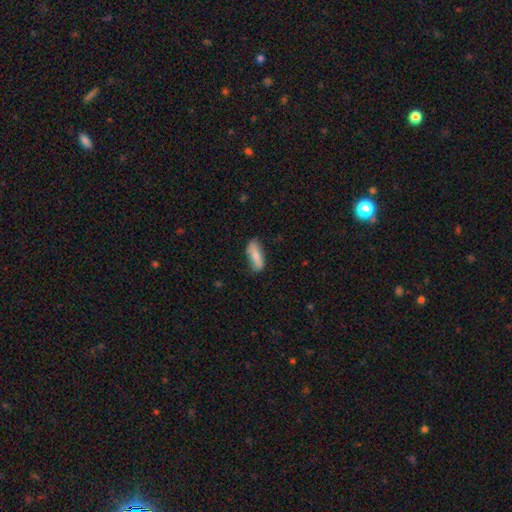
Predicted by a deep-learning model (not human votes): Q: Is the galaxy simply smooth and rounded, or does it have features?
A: smooth — 68%.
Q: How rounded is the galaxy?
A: in between — 58%.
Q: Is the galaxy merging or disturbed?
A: none — 73%.